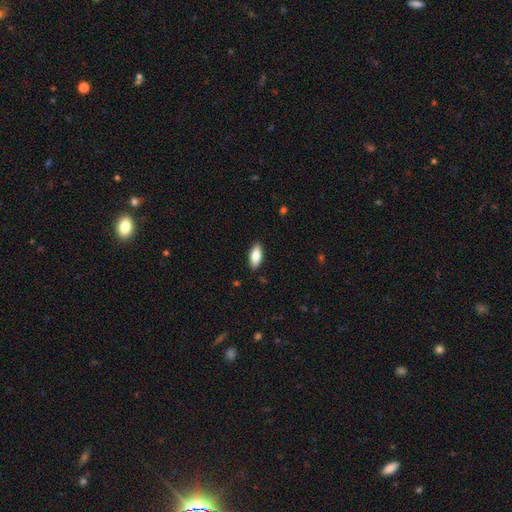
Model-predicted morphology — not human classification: The model was most divided on "how rounded": in between: 80%, cigar-shaped: 18%, round: 2%. More confident: merging — none (87%); smooth or featured — smooth (79%).